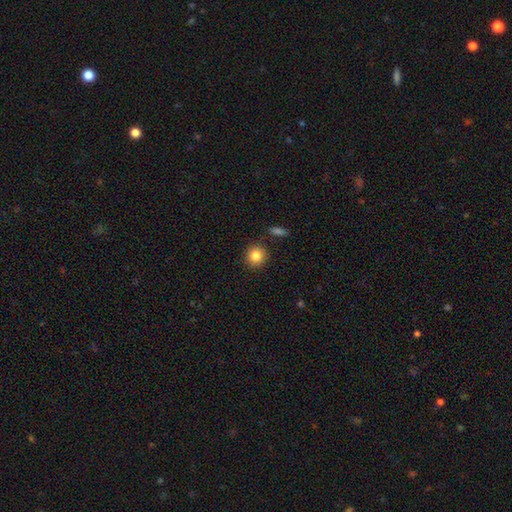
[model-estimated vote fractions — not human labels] This appears to be a smooth galaxy with no disk features (85%) that is round (91%). Merging: none (89%).